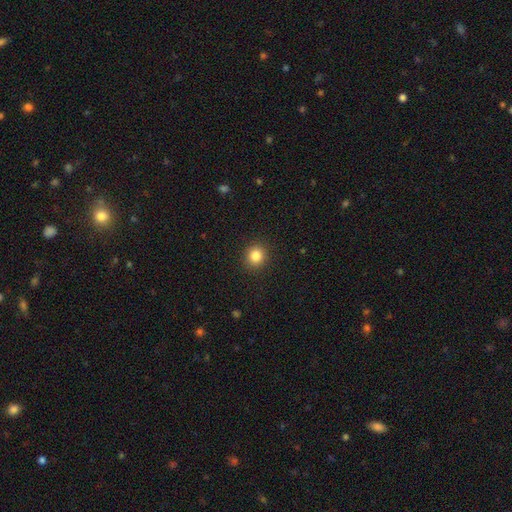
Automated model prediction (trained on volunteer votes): This is clearly a smooth galaxy (85%). How rounded: clearly round (87%). Merging: clearly none (91%).